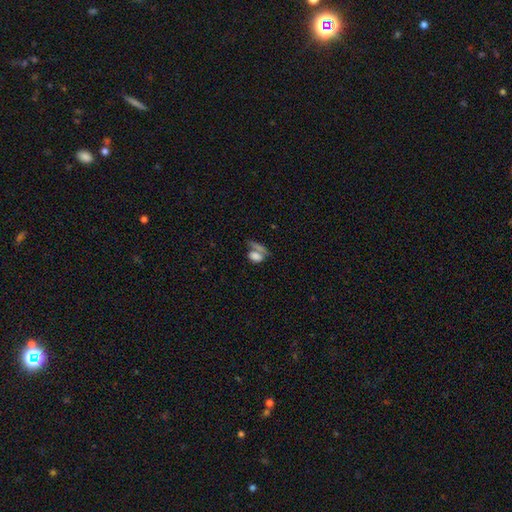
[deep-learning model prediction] Smooth or featured: smooth — 71% (star or artifact — 15%)
How rounded: in between — 72% (round — 19%)
Merging: merger — 44% (none — 34%)